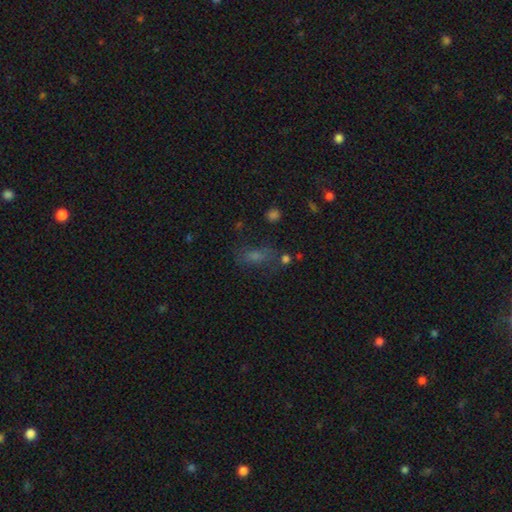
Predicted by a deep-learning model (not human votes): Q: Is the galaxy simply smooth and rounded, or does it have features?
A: smooth — 44%.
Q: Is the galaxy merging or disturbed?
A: none — 63%.